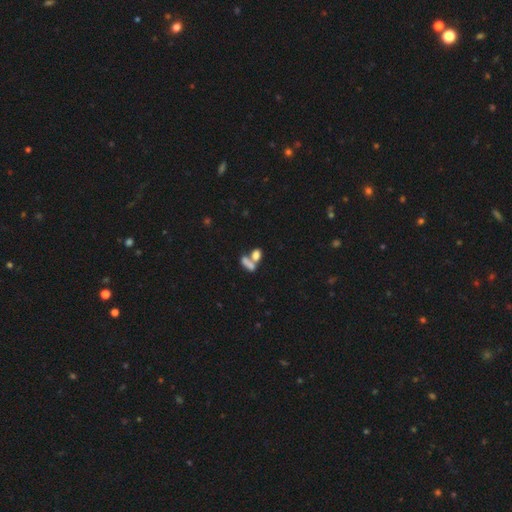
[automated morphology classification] smooth-or-featured: smooth: 73% | featured or disk: 15% | star or artifact: 12%
  how-rounded: in between: 73% | round: 19% | cigar-shaped: 7%
  merging: merger: 57% | none: 29% | minor disturbance: 8% | major disturbance: 7%